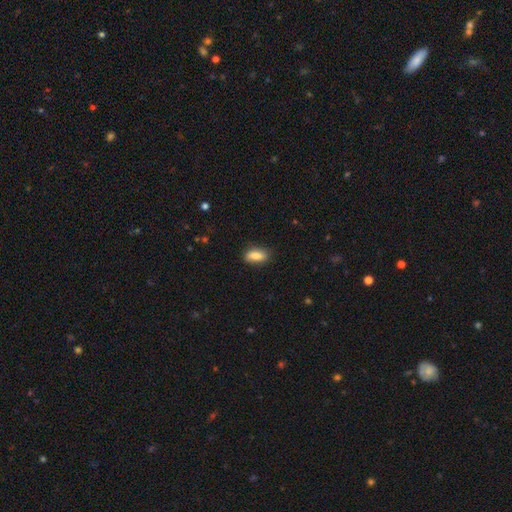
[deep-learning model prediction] Smooth or featured? smooth (82%)
How rounded? in between (84%)
Merging? none (81%)